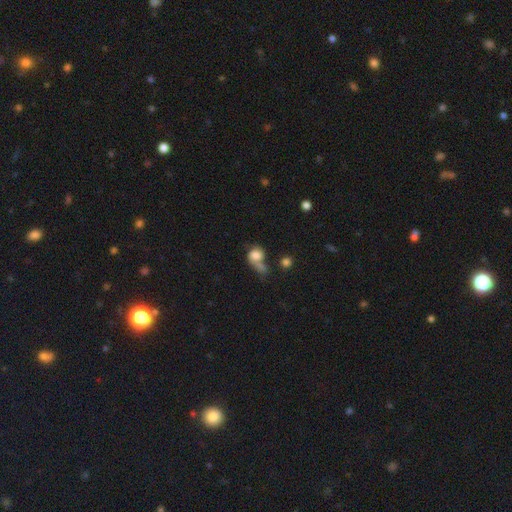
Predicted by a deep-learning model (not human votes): Smooth or featured? Predicted: smooth (p=0.71). How rounded? Predicted: round (p=0.56). Merging? Predicted: merger (p=0.37).